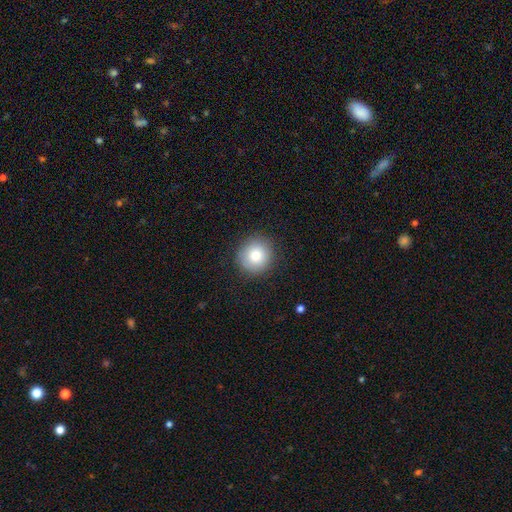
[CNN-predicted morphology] Smooth or featured? smooth (76%)
How rounded? round (94%)
Merging? none (88%)